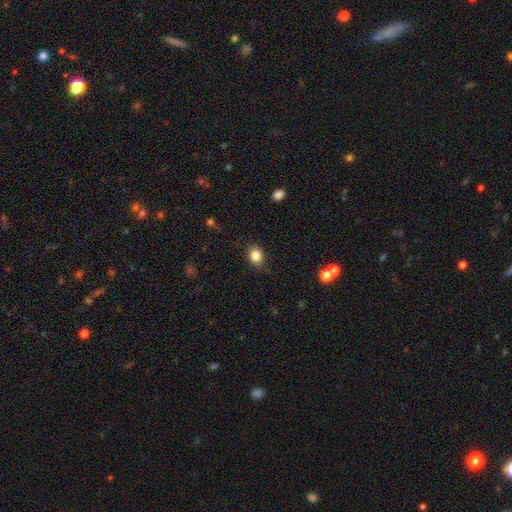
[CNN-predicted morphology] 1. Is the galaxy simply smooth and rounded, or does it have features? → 83% smooth, 10% star or artifact, 6% featured or disk.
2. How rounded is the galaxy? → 55% in between, 44% round, 1% cigar-shaped.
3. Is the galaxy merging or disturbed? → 84% none, 12% minor disturbance, 3% major disturbance, 1% merger.